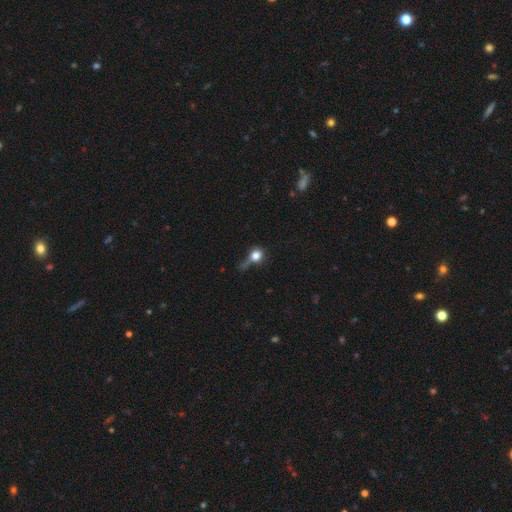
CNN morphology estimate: Smooth or featured? smooth (75%)
How rounded? round (79%)
Merging? none (40%)